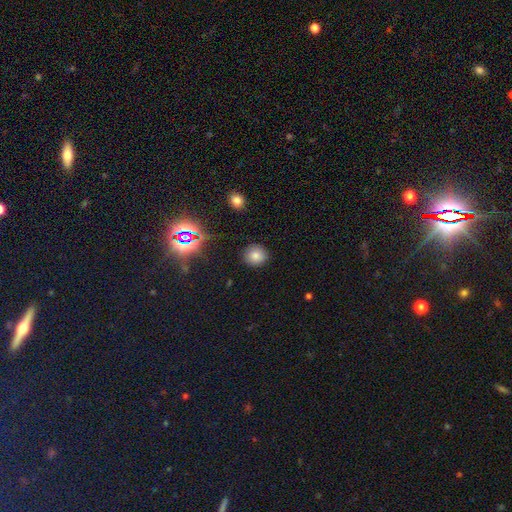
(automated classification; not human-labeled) This is likely a smooth galaxy (77%). How rounded: clearly round (88%). Merging: clearly none (89%).